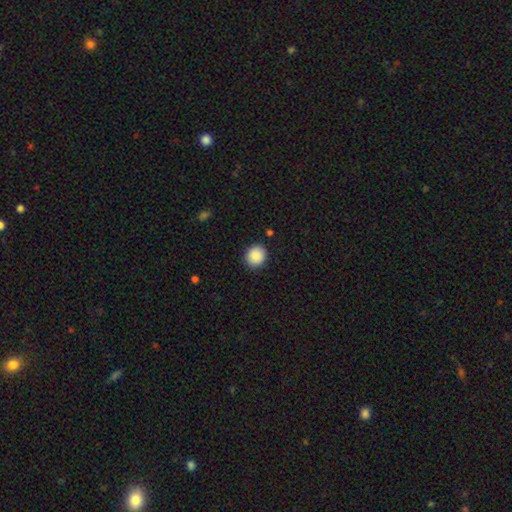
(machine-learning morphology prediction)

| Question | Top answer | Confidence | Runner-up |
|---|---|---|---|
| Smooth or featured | smooth | 88% | star or artifact (8%) |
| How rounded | round | 77% | in between (22%) |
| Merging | none | 89% | minor disturbance (8%) |